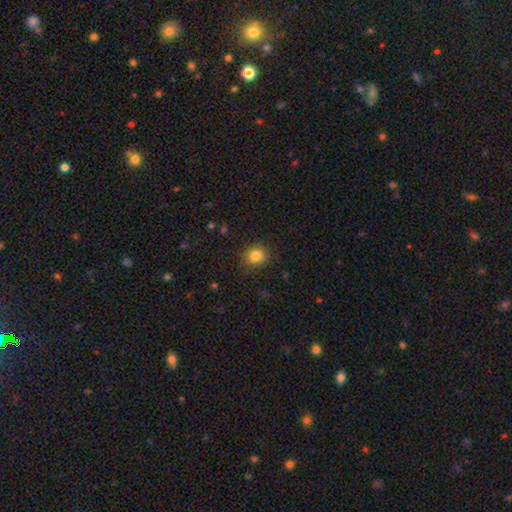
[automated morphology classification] A smooth galaxy with no disk features (82%) that is round (84%). Merging: none (86%).